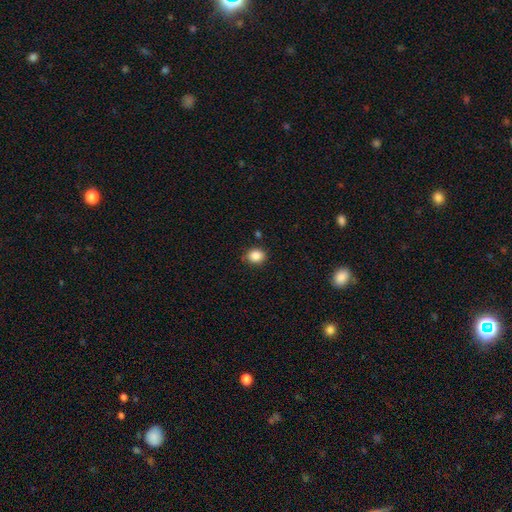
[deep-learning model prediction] Smooth or featured? smooth (87%)
How rounded? round (63%)
Merging? none (82%)